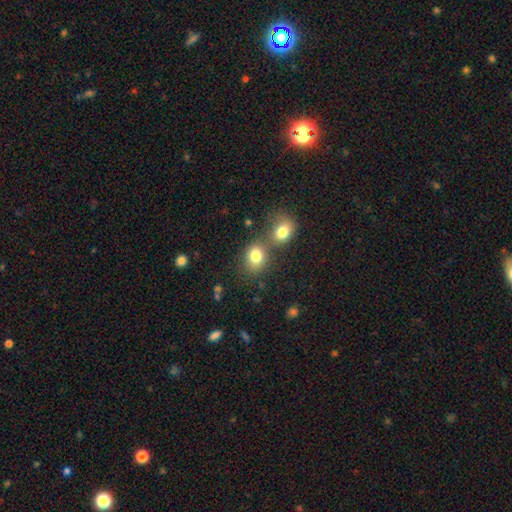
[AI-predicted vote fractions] The model was most divided on "merging": none: 44%, merger: 43%, minor disturbance: 9%, major disturbance: 4%. More confident: smooth or featured — smooth (80%); how rounded — round (56%).